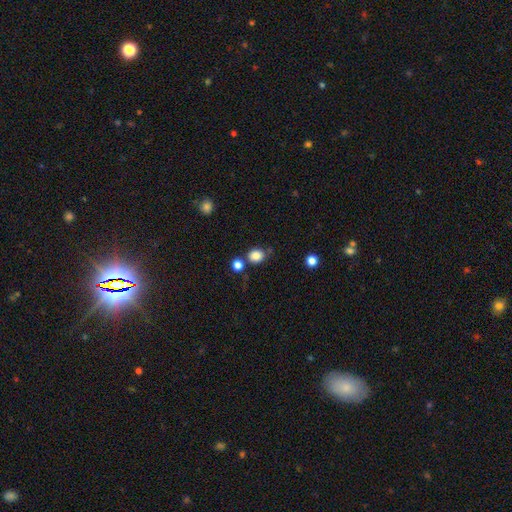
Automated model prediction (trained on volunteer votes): smooth-or-featured: smooth: 85% | star or artifact: 11% | featured or disk: 4%
  how-rounded: round: 64% | in between: 35% | cigar-shaped: 1%
  merging: none: 68% | merger: 14% | minor disturbance: 14% | major disturbance: 4%